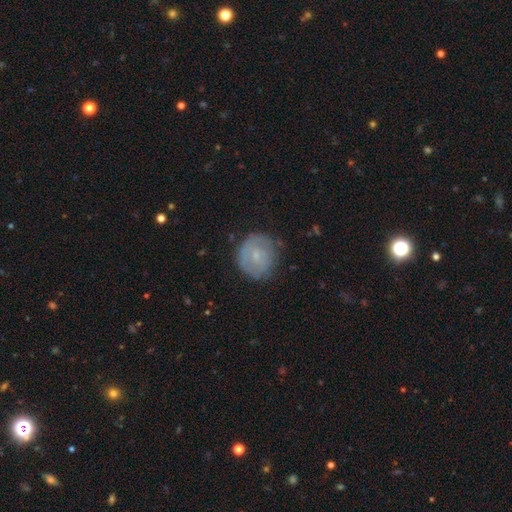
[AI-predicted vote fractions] Smooth or featured? smooth (53%)
How rounded? round (85%)
Merging? none (71%)